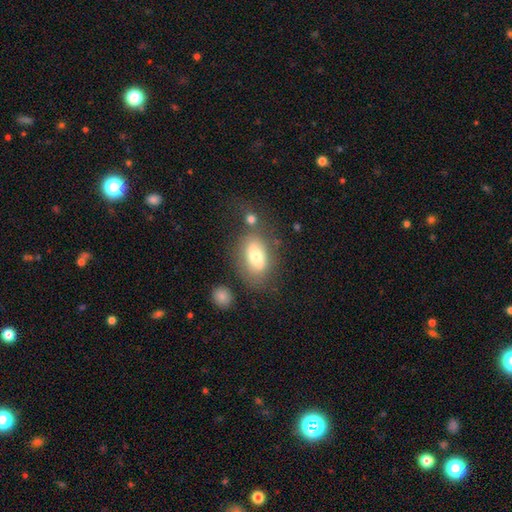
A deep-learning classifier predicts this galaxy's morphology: This is likely a smooth galaxy (70%). How rounded: clearly in between (88%). Merging: likely none (61%).